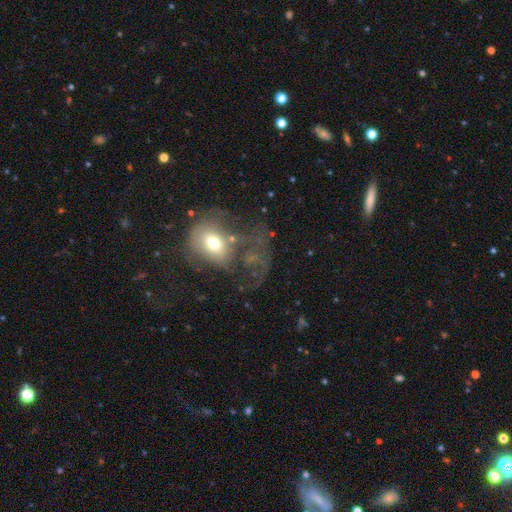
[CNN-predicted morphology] A smooth galaxy with no disk features (48%).

Vote fractions:
- Smooth or featured? smooth: 48% / featured or disk: 35% / star or artifact: 17%
- Merging? major disturbance: 48% / none: 20% / merger: 18% / minor disturbance: 13%